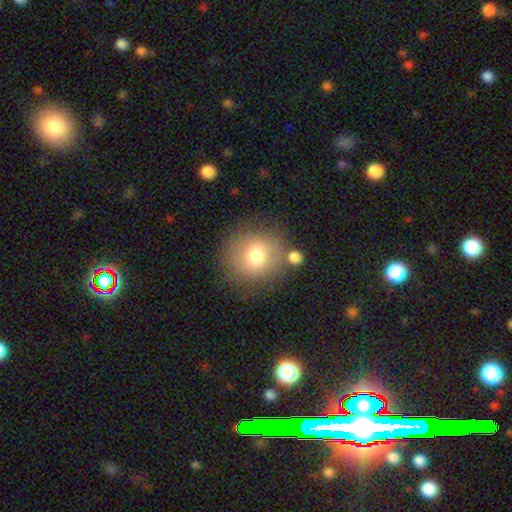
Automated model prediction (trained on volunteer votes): Smooth or featured? smooth (75%)
How rounded? round (89%)
Merging? none (74%)